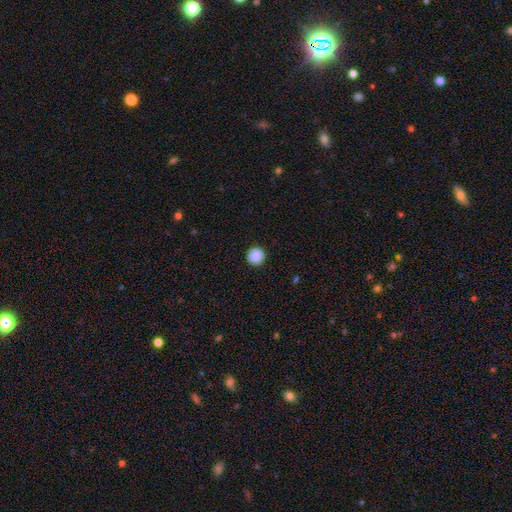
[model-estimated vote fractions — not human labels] smooth_or_featured: smooth (p=0.89) [alt: star or artifact p=0.08]
how_rounded: round (p=0.94) [alt: in between p=0.05]
merging: none (p=0.90) [alt: minor disturbance p=0.07]